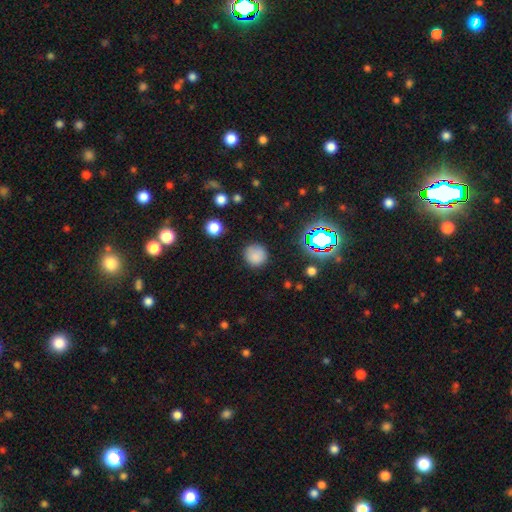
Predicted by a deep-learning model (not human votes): A smooth galaxy with no disk features (80%) that is round (93%). Merging: none (84%).